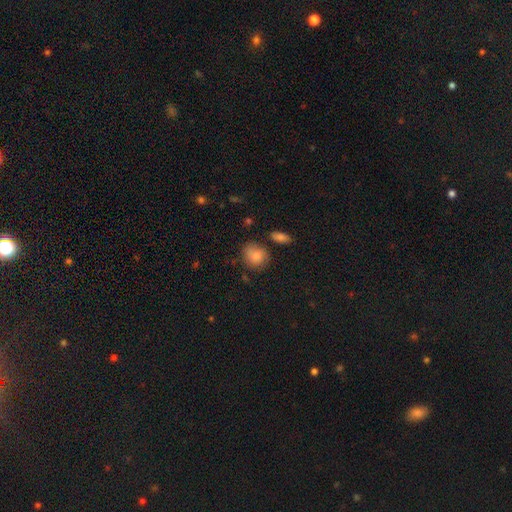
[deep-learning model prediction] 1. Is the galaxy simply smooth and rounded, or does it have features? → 77% smooth, 15% featured or disk, 8% star or artifact.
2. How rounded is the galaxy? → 70% round, 29% in between, 1% cigar-shaped.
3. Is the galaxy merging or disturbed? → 67% none, 23% minor disturbance, 6% major disturbance, 5% merger.